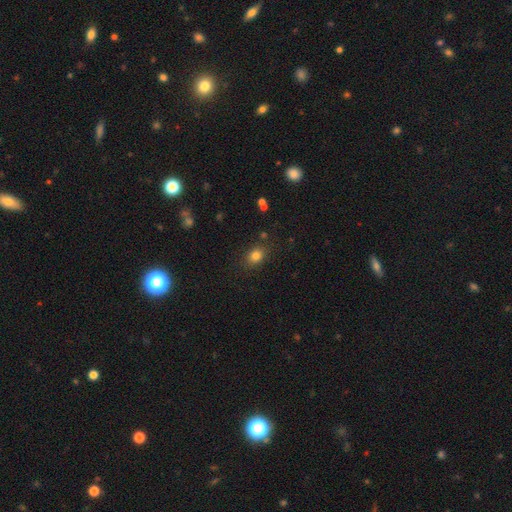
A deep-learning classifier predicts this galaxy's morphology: smooth_or_featured: smooth (p=0.80) [alt: star or artifact p=0.13]
how_rounded: in between (p=0.54) [alt: round p=0.45]
merging: none (p=0.83) [alt: minor disturbance p=0.11]